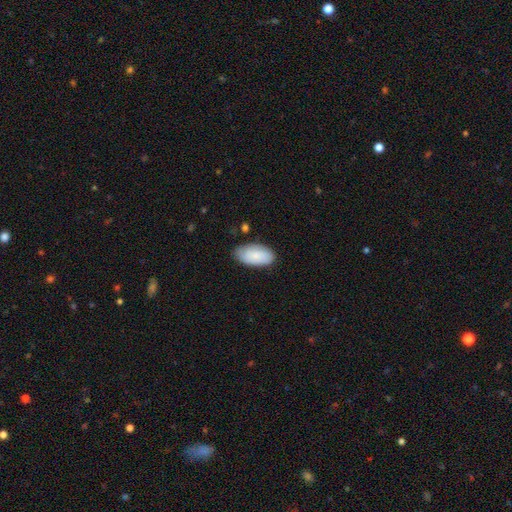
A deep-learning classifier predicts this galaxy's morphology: Smooth or featured? Predicted: smooth (p=0.81). How rounded? Predicted: in between (p=0.95). Merging? Predicted: none (p=0.74).